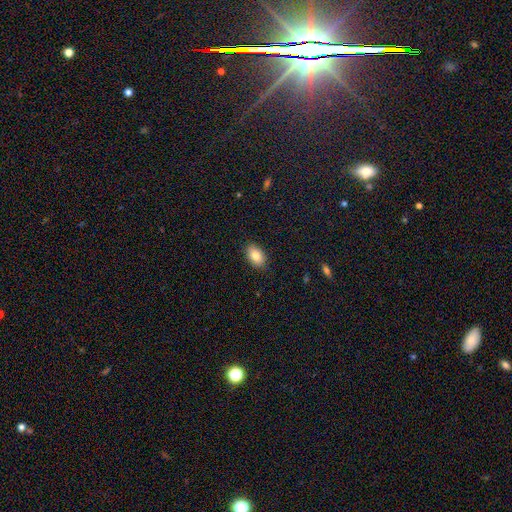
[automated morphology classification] A smooth galaxy with no disk features (86%) that is in between round and cigar-shaped (89%).

Vote fractions:
- Smooth or featured? smooth: 86% / star or artifact: 8% / featured or disk: 7%
- How rounded? in between: 89% / round: 9% / cigar-shaped: 1%
- Merging? none: 88% / minor disturbance: 9% / major disturbance: 2% / merger: 1%